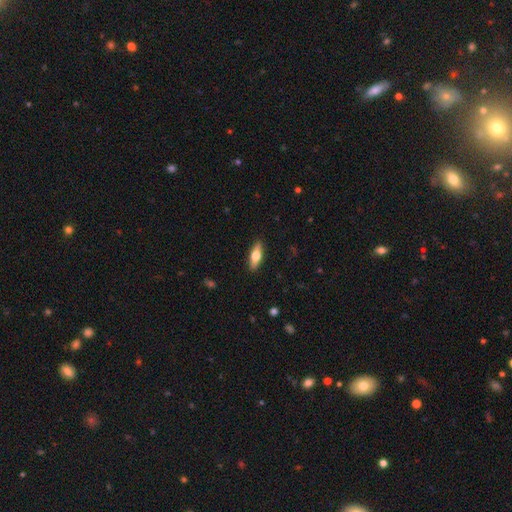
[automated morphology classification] smooth_or_featured: smooth (p=0.55) [alt: featured or disk p=0.39]
how_rounded: in between (p=0.58) [alt: cigar-shaped p=0.39]
merging: none (p=0.89) [alt: minor disturbance p=0.08]